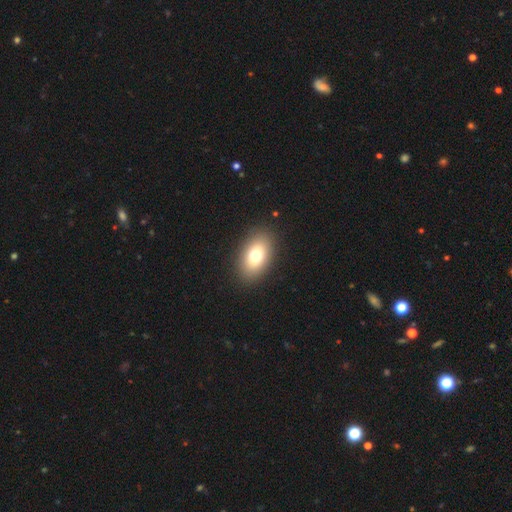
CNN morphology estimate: Smooth or featured?
  - smooth: 76% *
  - featured or disk: 15%
  - star or artifact: 9%
How rounded?
  - in between: 89% *
  - round: 10%
  - cigar-shaped: 2%
Merging?
  - none: 89% *
  - minor disturbance: 7%
  - major disturbance: 3%
  - merger: 1%